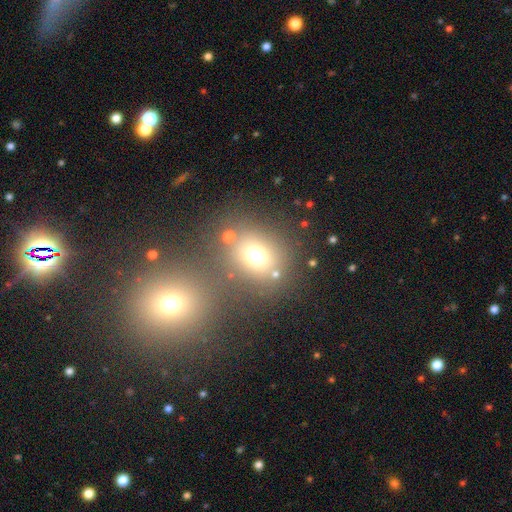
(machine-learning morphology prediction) A smooth galaxy with no disk features (69%) that is round (62%).

Vote fractions:
- Smooth or featured? smooth: 69% / star or artifact: 18% / featured or disk: 12%
- How rounded? round: 62% / in between: 37% / cigar-shaped: 1%
- Merging? none: 61% / merger: 22% / minor disturbance: 11% / major disturbance: 6%